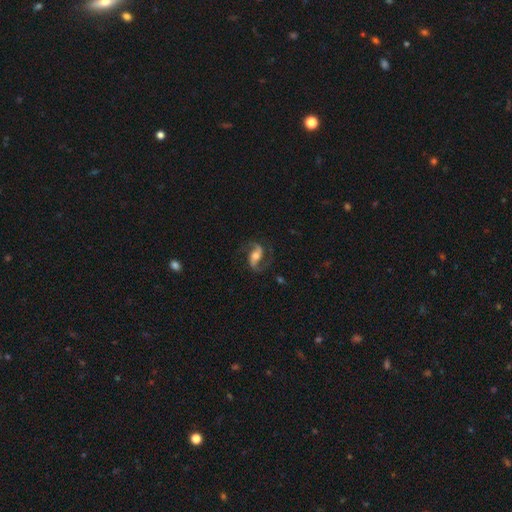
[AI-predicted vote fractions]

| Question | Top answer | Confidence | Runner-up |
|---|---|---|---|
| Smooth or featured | featured or disk | 87% | smooth (8%) |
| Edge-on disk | no | 96% | yes (4%) |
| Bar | weak | 35% | strong (33%) |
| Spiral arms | yes | 96% | no (4%) |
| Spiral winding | loose | 45% | tied: medium (45%) |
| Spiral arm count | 2 | 93% | 1 (2%) |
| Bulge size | moderate | 64% | small (22%) |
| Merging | none | 77% | minor disturbance (13%) |